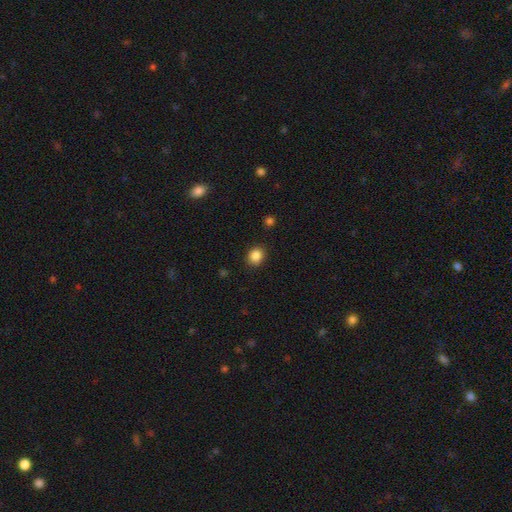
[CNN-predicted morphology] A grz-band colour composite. It shows a smooth galaxy with no disk features (85%) that is round (67%). Merging: none (89%).